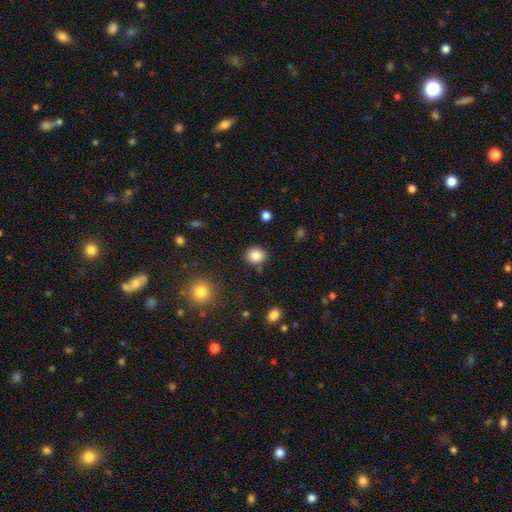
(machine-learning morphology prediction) A smooth galaxy with no disk features (85%) that is round (75%). Merging: none (87%).